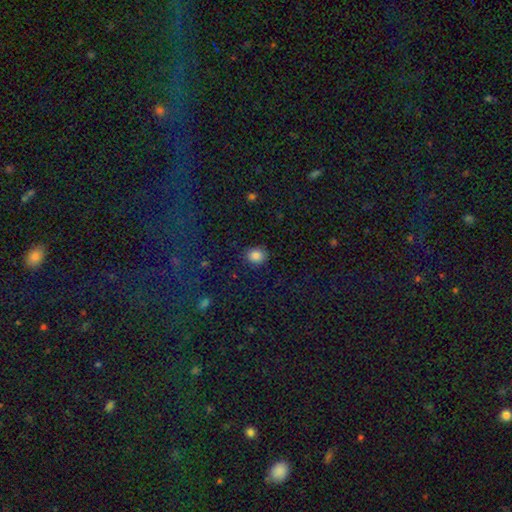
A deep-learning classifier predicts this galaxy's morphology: Smooth or featured? smooth (85%)
How rounded? round (74%)
Merging? none (88%)